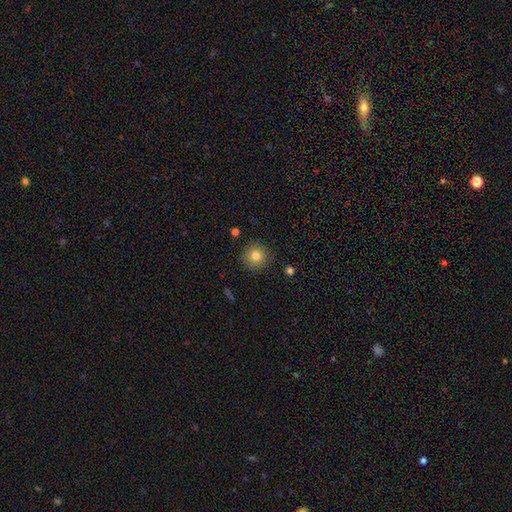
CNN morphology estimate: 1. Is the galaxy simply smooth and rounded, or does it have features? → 80% smooth, 10% star or artifact, 10% featured or disk.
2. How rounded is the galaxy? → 94% round, 5% in between, 1% cigar-shaped.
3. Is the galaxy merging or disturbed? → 89% none, 8% minor disturbance, 2% major disturbance, 1% merger.